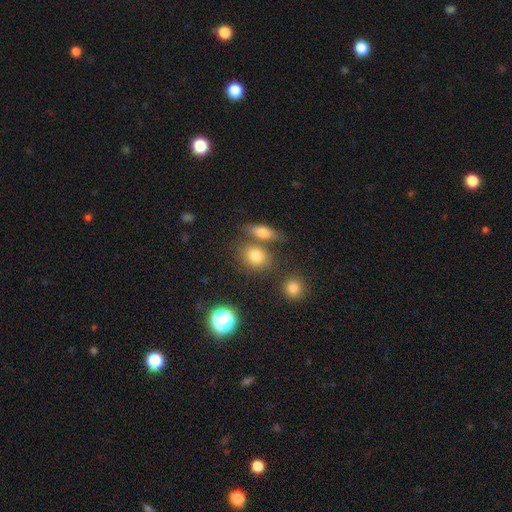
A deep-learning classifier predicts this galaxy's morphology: Smooth or featured?
  - smooth: 78% *
  - star or artifact: 13%
  - featured or disk: 9%
How rounded?
  - in between: 54% *
  - round: 43%
  - cigar-shaped: 3%
Merging?
  - none: 62% *
  - merger: 22%
  - minor disturbance: 11%
  - major disturbance: 4%